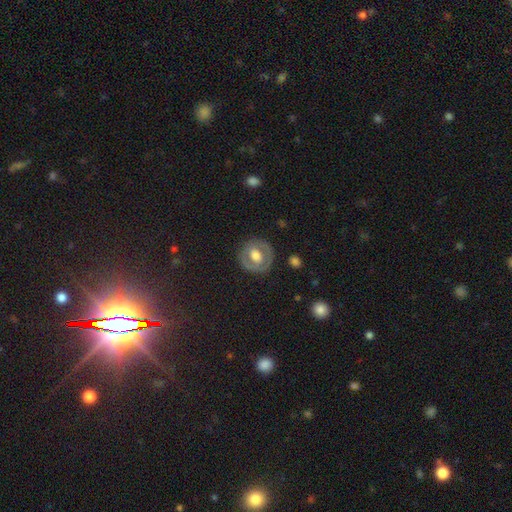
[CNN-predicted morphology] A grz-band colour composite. It shows a featured or disk galaxy (52%). Merging: none (81%).